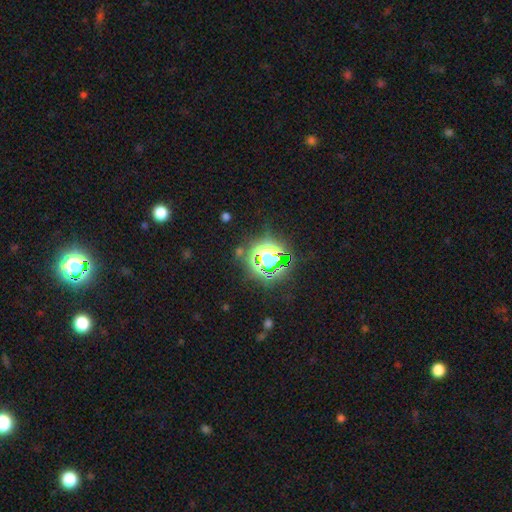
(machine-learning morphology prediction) Q: Smooth or featured?
A: star or artifact (78%); runner-up: smooth (14%)